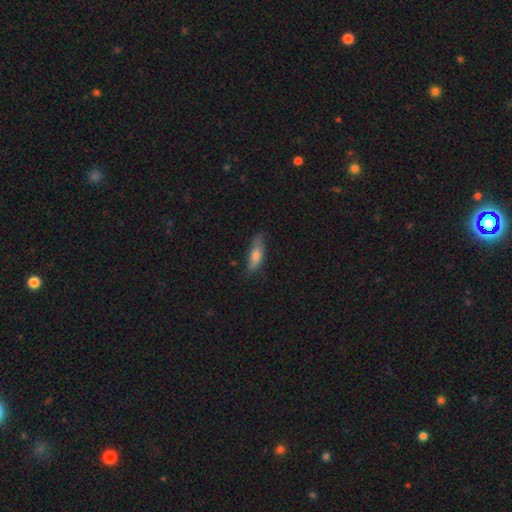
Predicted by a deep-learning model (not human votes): This is likely a smooth galaxy (64%). How rounded: possibly in between (52%). Merging: likely none (70%).